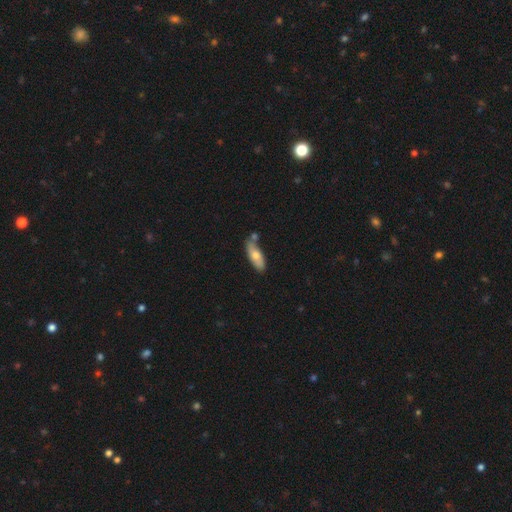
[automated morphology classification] A smooth galaxy with no disk features (67%) that is in between round and cigar-shaped (68%). Merging: none (56%).